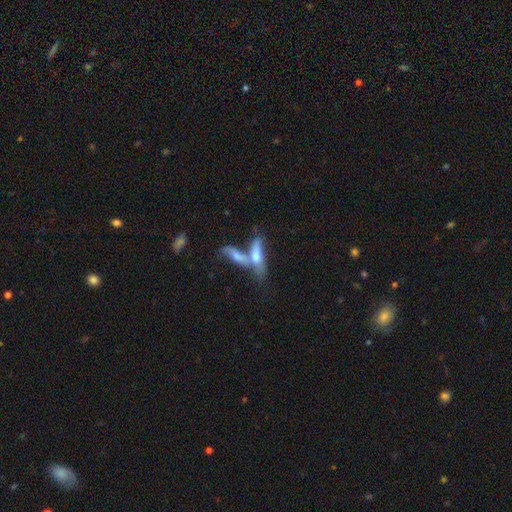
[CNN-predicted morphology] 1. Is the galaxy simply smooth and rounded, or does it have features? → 56% smooth, 36% featured or disk, 8% star or artifact.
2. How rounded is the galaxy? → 52% cigar-shaped, 45% in between, 3% round.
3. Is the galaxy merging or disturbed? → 64% merger, 22% none, 8% minor disturbance, 6% major disturbance.